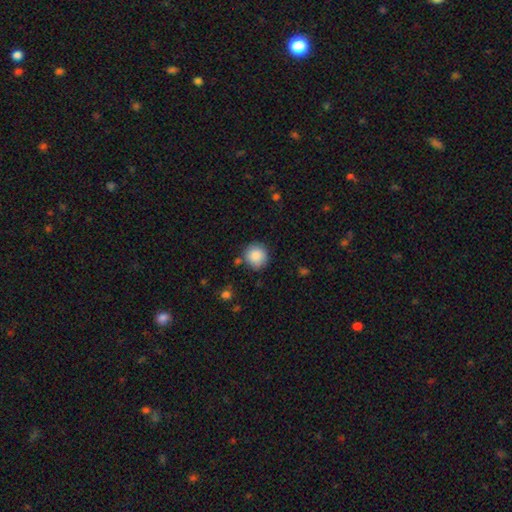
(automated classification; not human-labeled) Q: Smooth or featured?
A: smooth (88%); runner-up: star or artifact (8%)
Q: How rounded?
A: round (93%); runner-up: in between (6%)
Q: Merging?
A: none (82%); runner-up: minor disturbance (12%)